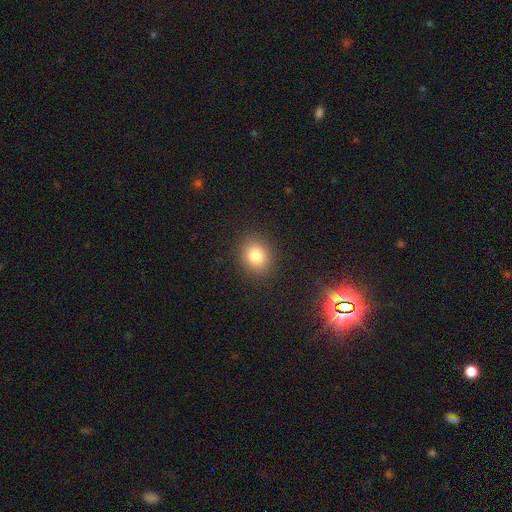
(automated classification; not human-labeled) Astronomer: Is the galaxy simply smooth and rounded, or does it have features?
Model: smooth — 82%.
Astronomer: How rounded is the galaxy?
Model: round — 65%.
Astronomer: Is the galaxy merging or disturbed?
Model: none — 88%.